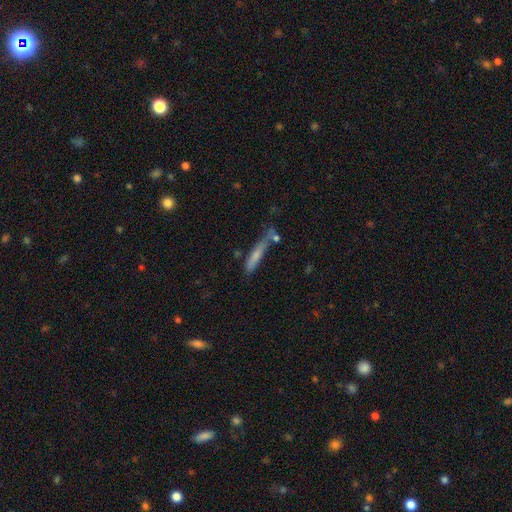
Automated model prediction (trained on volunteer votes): The model was most divided on "smooth or featured": smooth: 64%, featured or disk: 28%, star or artifact: 8%. More confident: how rounded — cigar-shaped (91%); merging — none (58%).